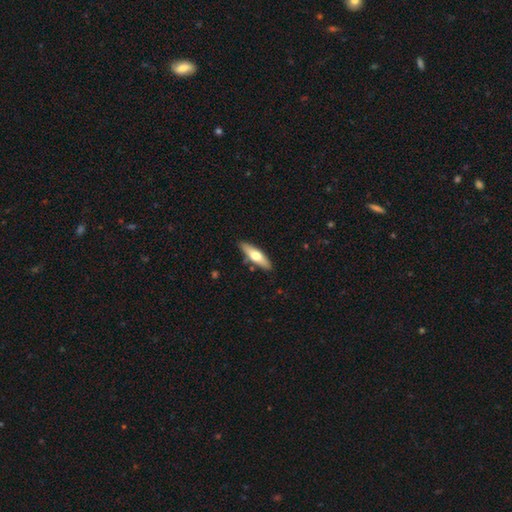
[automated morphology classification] This appears to be a smooth galaxy with no disk features (53%) that is cigar-shaped (61%). Merging: none (85%).